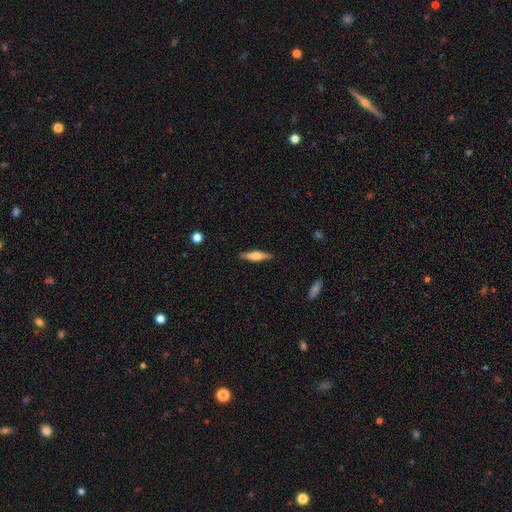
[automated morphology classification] featured or disk 52%, smooth 42%, star or artifact 6%. Down the decision tree: edge-on disk — yes (95%); merging — none (89%).